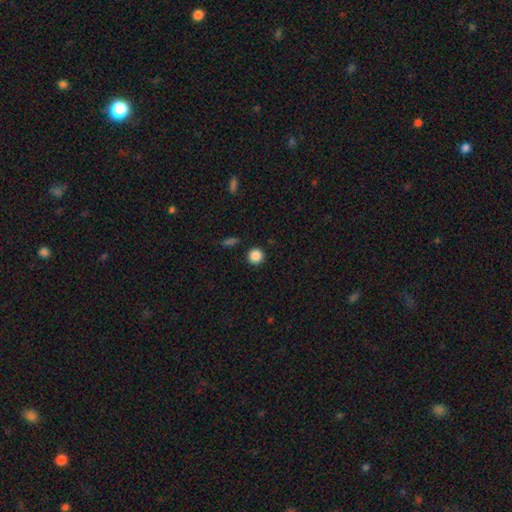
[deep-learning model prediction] Overall: smooth (87%). How rounded: round (94%). Merging: none (91%).